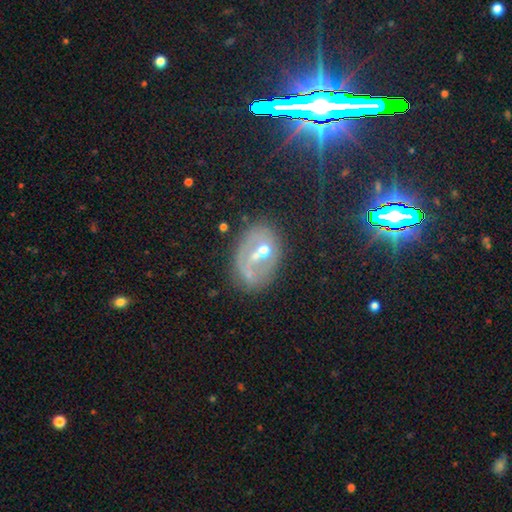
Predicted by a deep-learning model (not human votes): A featured or disk galaxy (53%). Merging: none (57%).